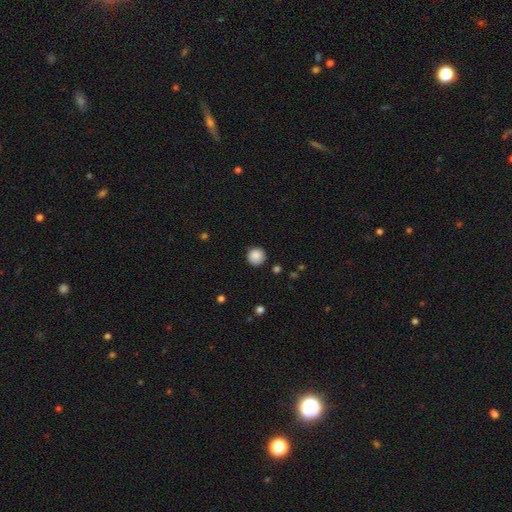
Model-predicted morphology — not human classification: Overall: smooth (88%). How rounded: round (94%). Merging: none (89%).